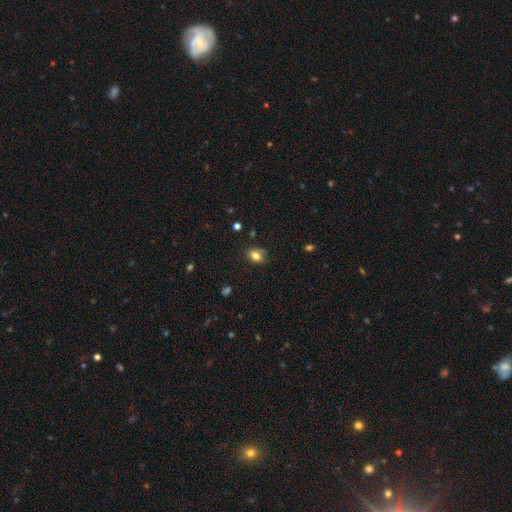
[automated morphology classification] smooth_or_featured: smooth (p=0.80) [alt: star or artifact p=0.11]
how_rounded: in between (p=0.67) [alt: round p=0.31]
merging: none (p=0.75) [alt: minor disturbance p=0.18]